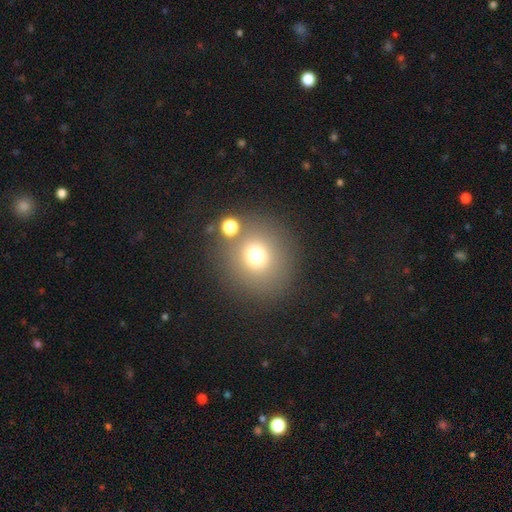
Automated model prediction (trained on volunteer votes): A smooth galaxy with no disk features (72%) that is round (86%). Merging: none (78%).